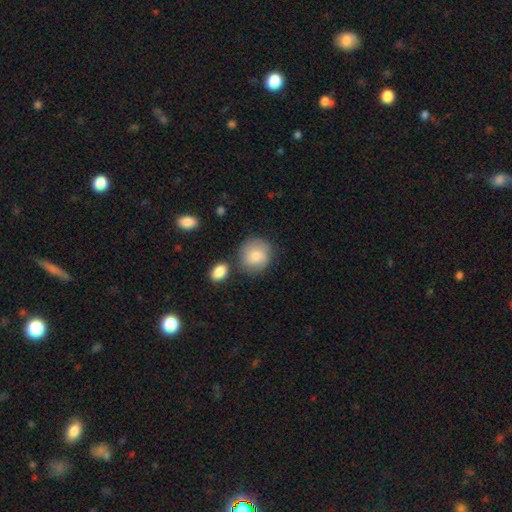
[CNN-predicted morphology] This is likely a smooth galaxy (75%). How rounded: clearly round (88%). Merging: likely none (72%).